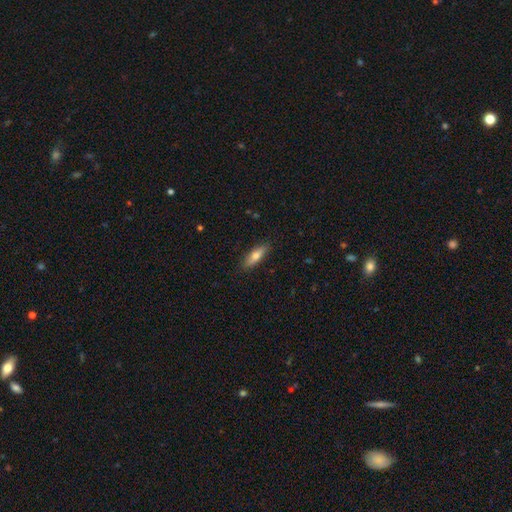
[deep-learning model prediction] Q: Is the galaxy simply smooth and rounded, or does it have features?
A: smooth — 70%.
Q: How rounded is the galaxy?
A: in between — 50%.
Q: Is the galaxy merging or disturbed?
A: none — 87%.